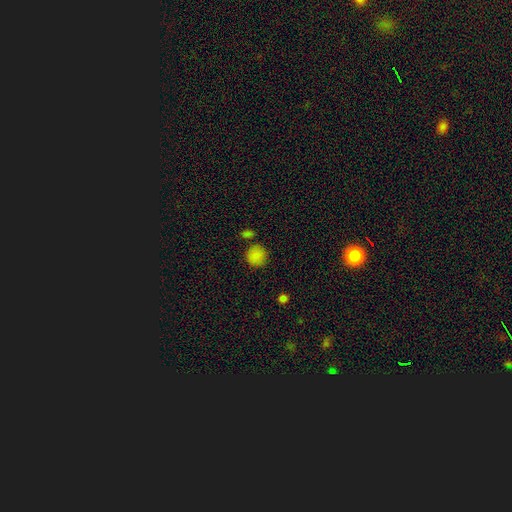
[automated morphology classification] A smooth galaxy with no disk features (85%) that is round (90%).

Vote fractions:
- Smooth or featured? smooth: 85% / star or artifact: 11% / featured or disk: 4%
- How rounded? round: 90% / in between: 9% / cigar-shaped: 1%
- Merging? none: 78% / minor disturbance: 11% / merger: 8% / major disturbance: 3%